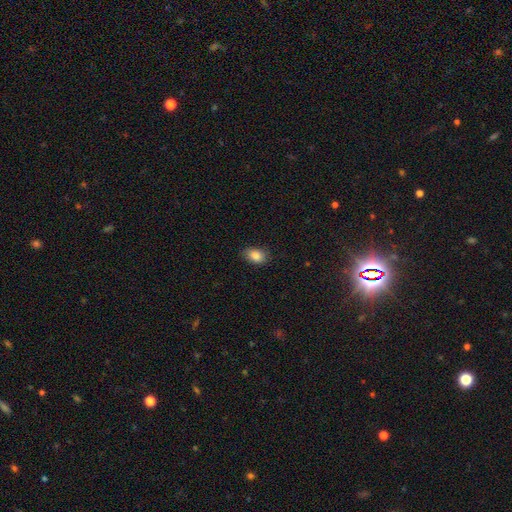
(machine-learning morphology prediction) smooth_or_featured: smooth (p=0.86) [alt: star or artifact p=0.08]
how_rounded: in between (p=0.81) [alt: round p=0.18]
merging: none (p=0.80) [alt: minor disturbance p=0.16]